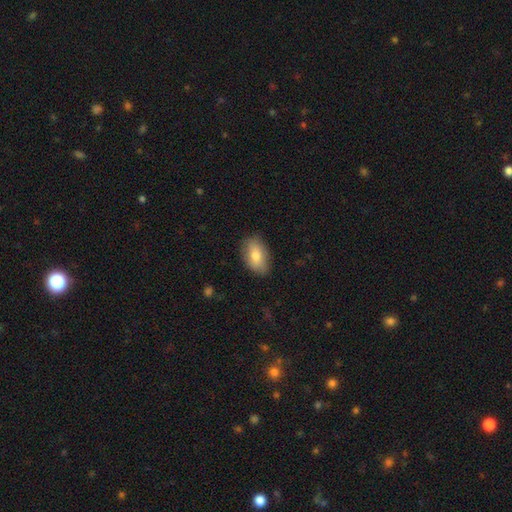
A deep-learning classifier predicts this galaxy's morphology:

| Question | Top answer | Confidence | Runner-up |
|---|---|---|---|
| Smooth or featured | smooth | 77% | featured or disk (16%) |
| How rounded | in between | 90% | round (8%) |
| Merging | none | 83% | minor disturbance (13%) |